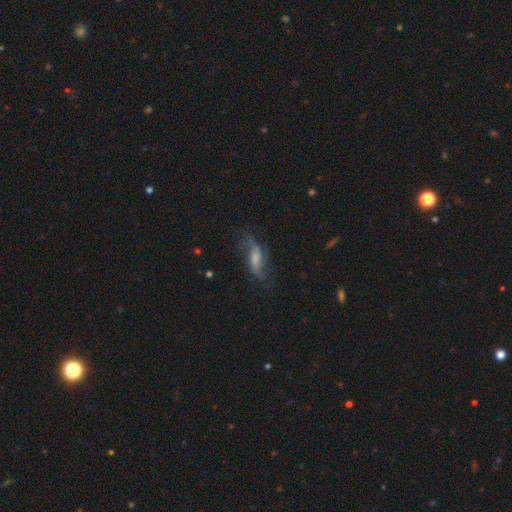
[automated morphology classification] Smooth or featured: featured or disk — 65% (smooth — 24%)
Edge-on disk: no — 82% (yes — 18%)
Bar: weak — 42% (no — 39%)
Spiral arms: yes — 89% (no — 11%)
Bulge size: moderate — 37% (small — 29%)
Merging: none — 66% (minor disturbance — 20%)